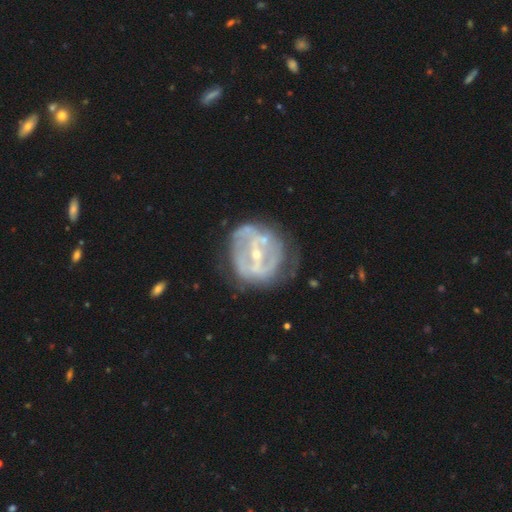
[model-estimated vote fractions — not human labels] Smooth or featured: featured or disk — 78% (smooth — 13%)
Edge-on disk: no — 95% (yes — 5%)
Bar: strong — 49% (weak — 33%)
Spiral arms: yes — 54% (no — 46%)
Bulge size: small — 63% (moderate — 31%)
Merging: none — 60% (minor disturbance — 21%)